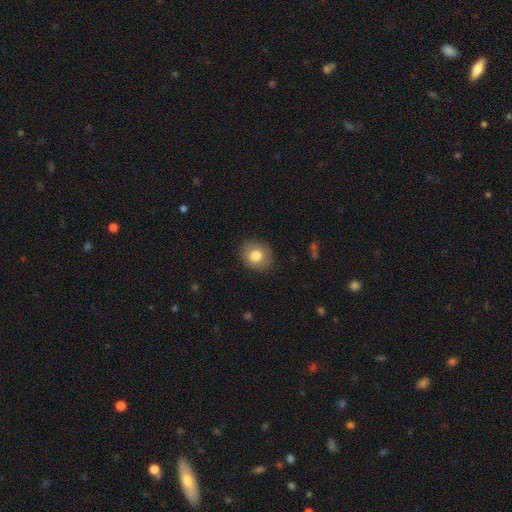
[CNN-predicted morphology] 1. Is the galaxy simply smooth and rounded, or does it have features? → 80% smooth, 11% featured or disk, 9% star or artifact.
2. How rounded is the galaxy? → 74% round, 25% in between, 1% cigar-shaped.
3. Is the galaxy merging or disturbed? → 87% none, 9% minor disturbance, 2% major disturbance, 1% merger.